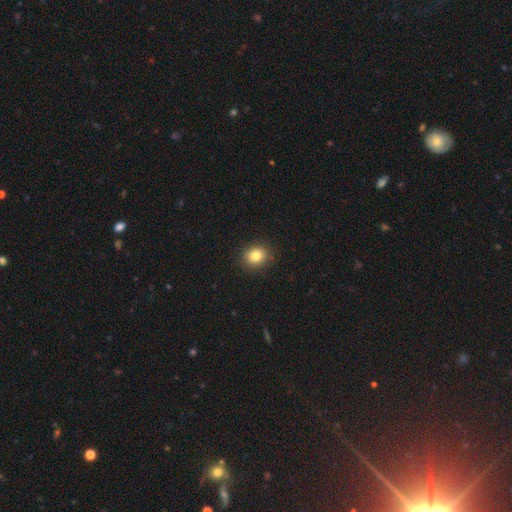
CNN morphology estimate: Smooth or featured? smooth (83%)
How rounded? round (68%)
Merging? none (90%)